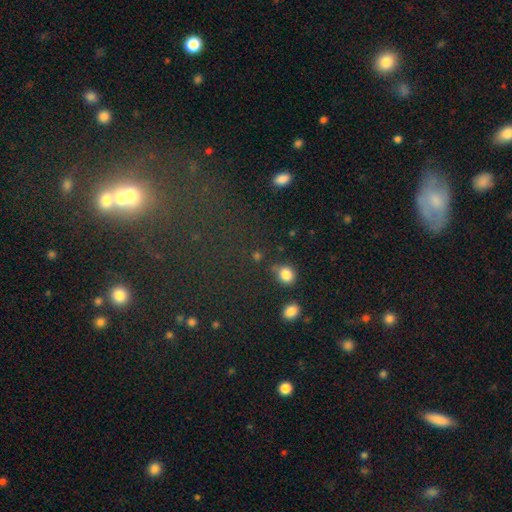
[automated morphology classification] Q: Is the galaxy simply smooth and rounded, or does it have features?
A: smooth — 55%.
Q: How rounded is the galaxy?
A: round — 68%.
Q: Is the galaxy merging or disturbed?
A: none — 80%.